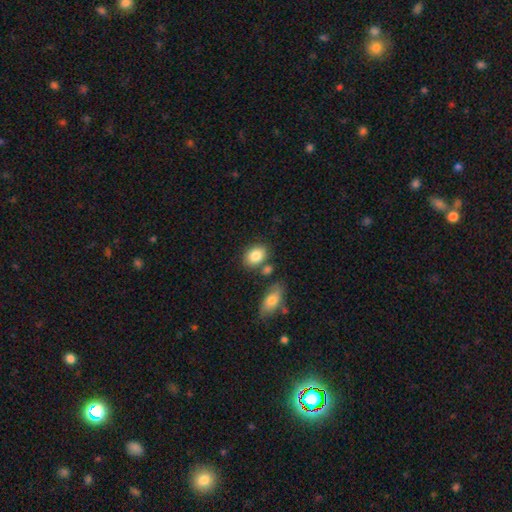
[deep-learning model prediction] A smooth galaxy with no disk features (84%) that is in between round and cigar-shaped (75%). Merging: none (70%).